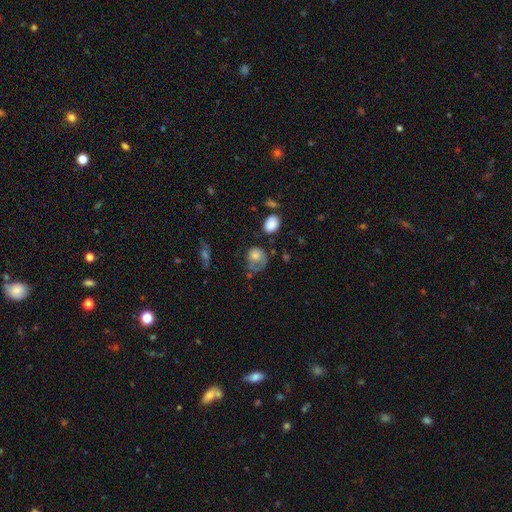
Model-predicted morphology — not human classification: This is likely a smooth galaxy (71%). How rounded: likely round (62%). Merging: marginally major disturbance (33%).